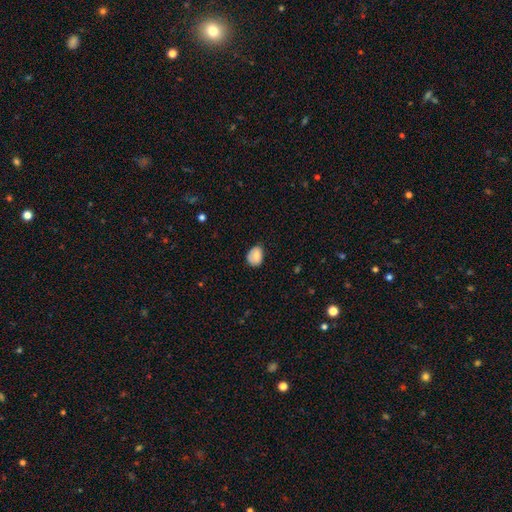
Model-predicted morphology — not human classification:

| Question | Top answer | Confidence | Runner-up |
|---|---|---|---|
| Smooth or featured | smooth | 79% | featured or disk (14%) |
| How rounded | in between | 65% | round (34%) |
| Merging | none | 64% | minor disturbance (29%) |